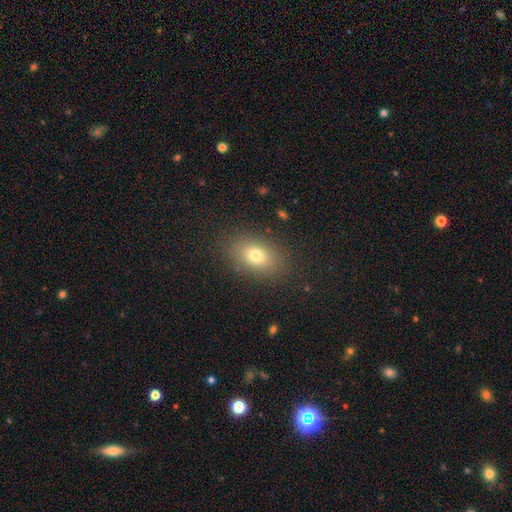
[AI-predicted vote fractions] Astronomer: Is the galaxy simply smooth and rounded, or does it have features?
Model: smooth — 75%.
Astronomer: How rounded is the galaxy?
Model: in between — 82%.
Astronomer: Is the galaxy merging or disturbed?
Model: none — 85%.